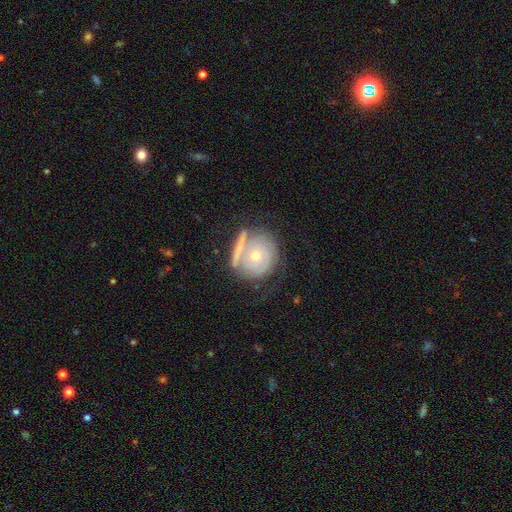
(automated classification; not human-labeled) Smooth or featured? Predicted: featured or disk (p=0.59). Edge-on disk? Predicted: no (p=0.93). Bar? Predicted: no (p=0.85). Spiral arms? Predicted: yes (p=0.52). Bulge size? Predicted: moderate (p=0.60). Merging? Predicted: none (p=0.53).